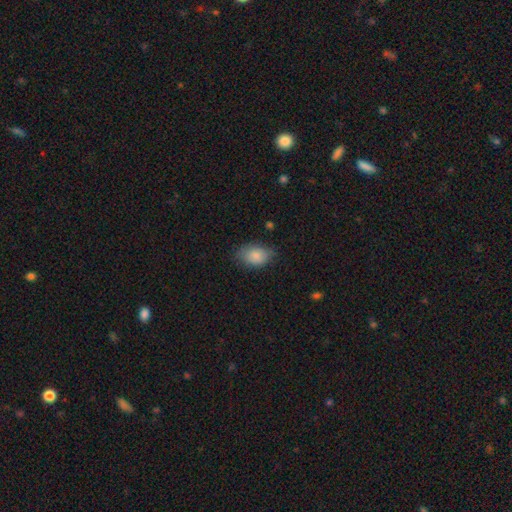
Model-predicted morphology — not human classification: A smooth galaxy with no disk features (85%) that is in between round and cigar-shaped (85%). Merging: none (71%).